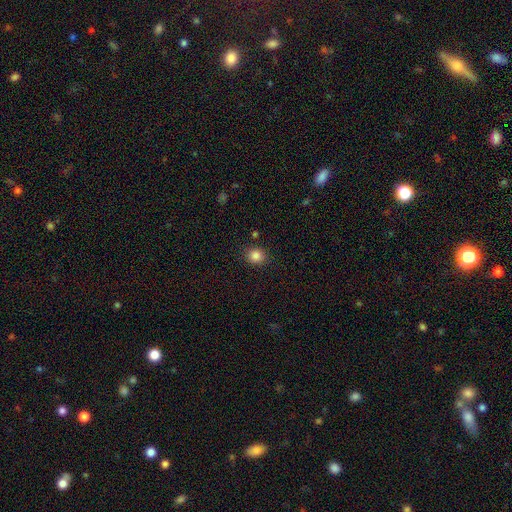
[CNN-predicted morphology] A smooth galaxy with no disk features (85%) that is round (81%).

Vote fractions:
- Smooth or featured? smooth: 85% / star or artifact: 11% / featured or disk: 4%
- How rounded? round: 81% / in between: 18% / cigar-shaped: 1%
- Merging? none: 88% / minor disturbance: 7% / major disturbance: 2% / merger: 2%